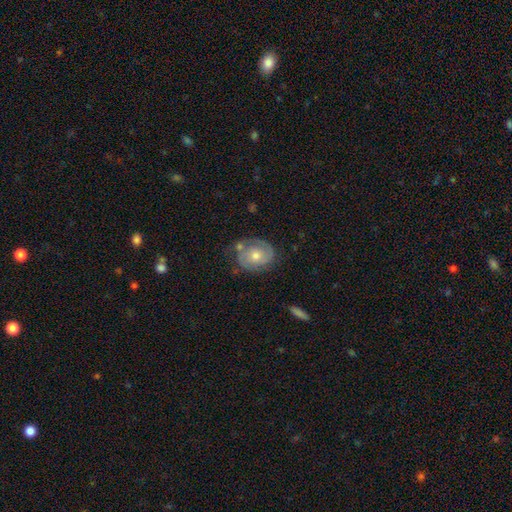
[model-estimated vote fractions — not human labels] Smooth or featured: featured or disk — 52% (smooth — 41%)
Edge-on disk: no — 96% (yes — 4%)
Merging: none — 56% (minor disturbance — 24%)